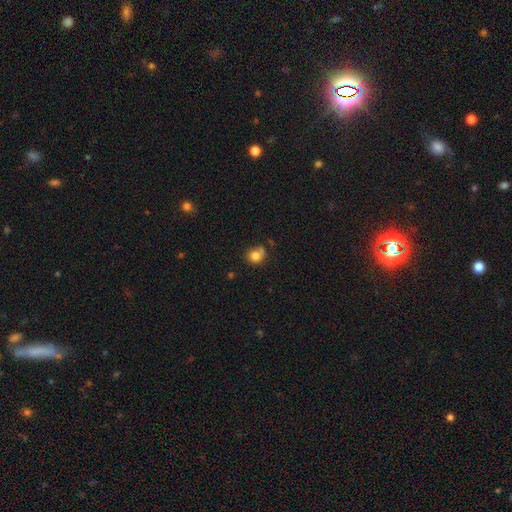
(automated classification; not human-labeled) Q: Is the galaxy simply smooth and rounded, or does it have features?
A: smooth — 79%.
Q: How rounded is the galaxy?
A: round — 74%.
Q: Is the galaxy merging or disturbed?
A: none — 55%.